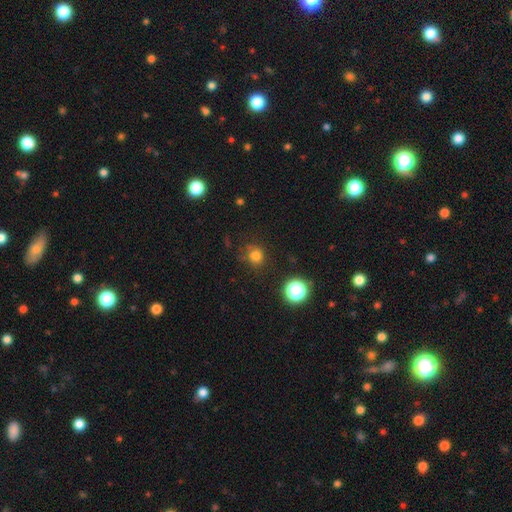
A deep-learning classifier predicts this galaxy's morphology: A smooth galaxy with no disk features (75%) that is round (84%). Merging: none (75%).